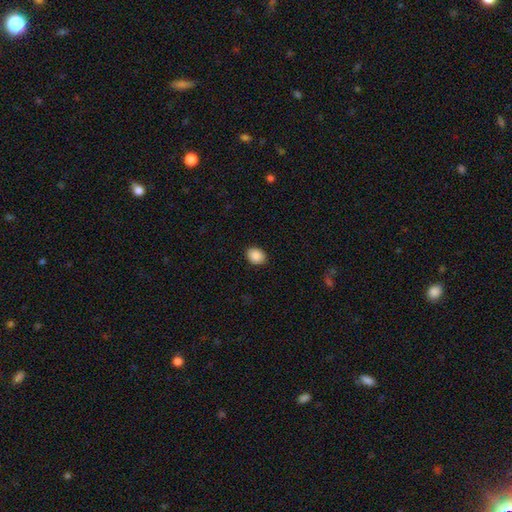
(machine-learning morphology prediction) Smooth or featured? Predicted: smooth (p=0.89). How rounded? Predicted: in between (p=0.61). Merging? Predicted: none (p=0.90).